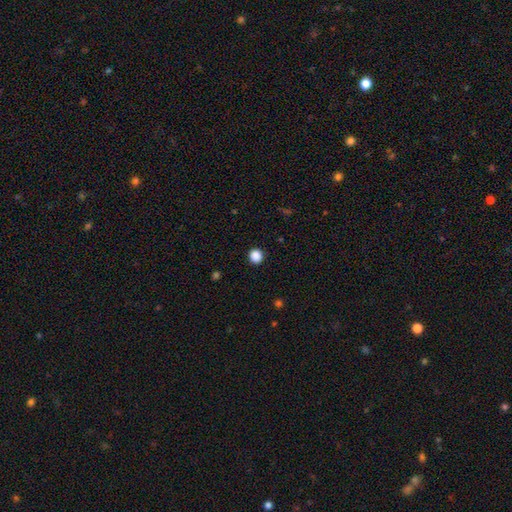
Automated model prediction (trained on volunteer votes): Morphology: type=smooth (87%); roundness=round (92%); merging=none (92%).